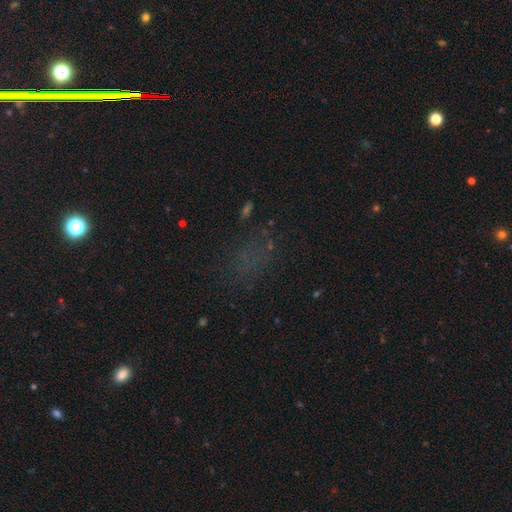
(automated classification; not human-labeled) star or artifact 45%, smooth 39%, featured or disk 16%.